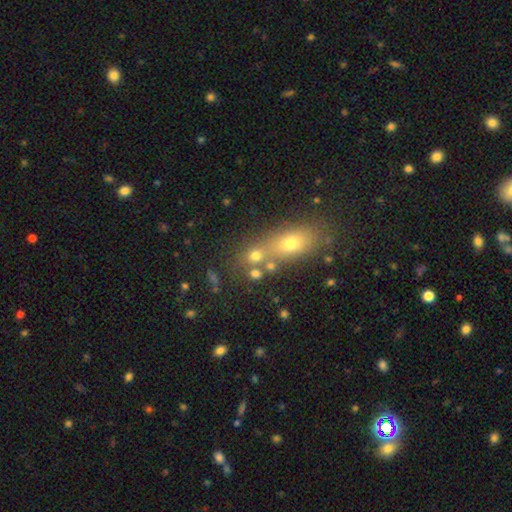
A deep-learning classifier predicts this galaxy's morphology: This is likely a smooth galaxy (67%). How rounded: possibly round (59%). Merging: possibly none (49%).